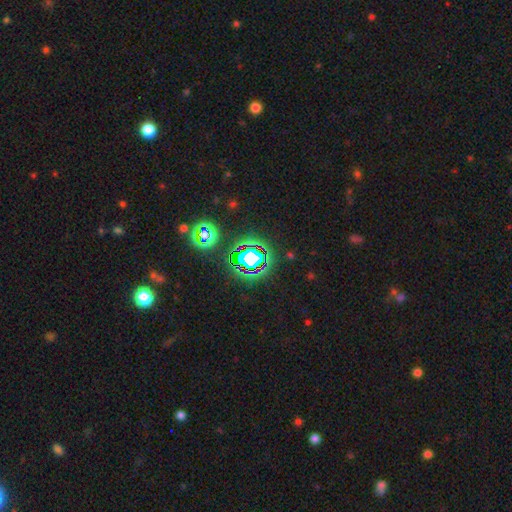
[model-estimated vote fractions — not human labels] This appears to be a star or artifact, not a galaxy (79%).